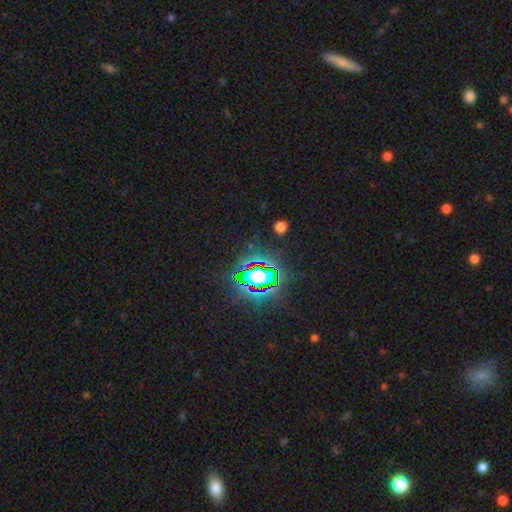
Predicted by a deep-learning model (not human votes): This is likely a star or artifact rather than a galaxy (77%).